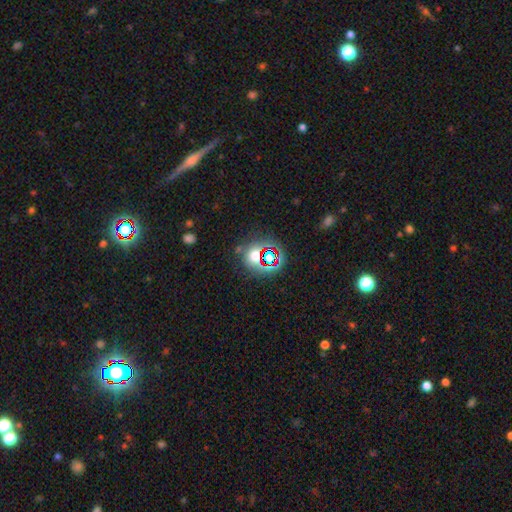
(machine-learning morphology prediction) Q: Smooth or featured?
A: star or artifact (49%); runner-up: smooth (39%)